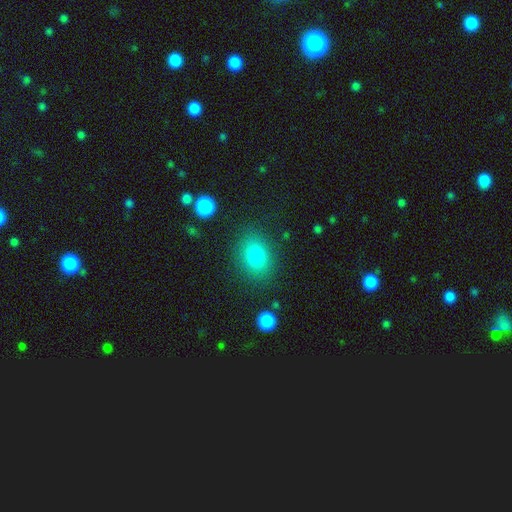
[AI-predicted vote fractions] The model was most divided on "how rounded": in between: 58%, round: 41%, cigar-shaped: 1%. More confident: merging — none (83%); smooth or featured — smooth (81%).